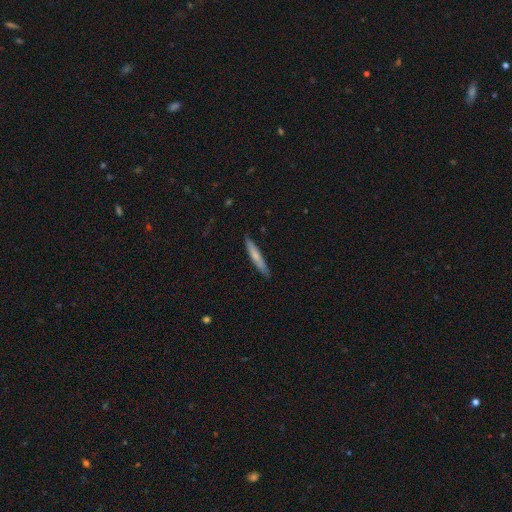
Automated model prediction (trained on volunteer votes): smooth_or_featured: smooth (p=0.64) [alt: featured or disk p=0.30]
how_rounded: cigar-shaped (p=0.94) [alt: in between p=0.05]
merging: none (p=0.87) [alt: minor disturbance p=0.10]